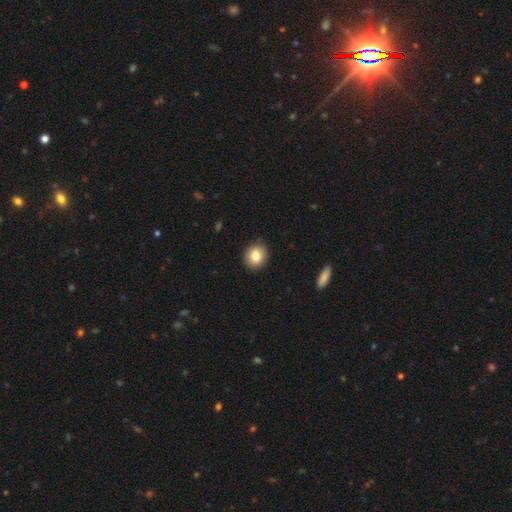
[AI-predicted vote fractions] The model was most divided on "how rounded": round: 76%, in between: 23%, cigar-shaped: 1%. More confident: merging — none (89%); smooth or featured — smooth (83%).